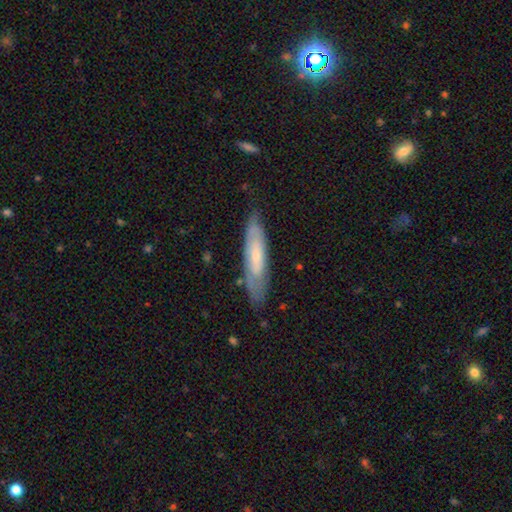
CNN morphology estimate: A featured or disk galaxy (48%). Merging: none (75%).